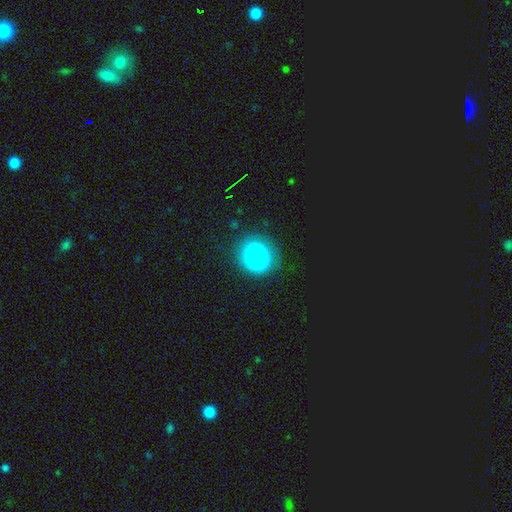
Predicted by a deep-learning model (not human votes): Smooth or featured: smooth — 71% (featured or disk — 20%)
How rounded: round — 85% (in between — 14%)
Merging: none — 73% (minor disturbance — 17%)